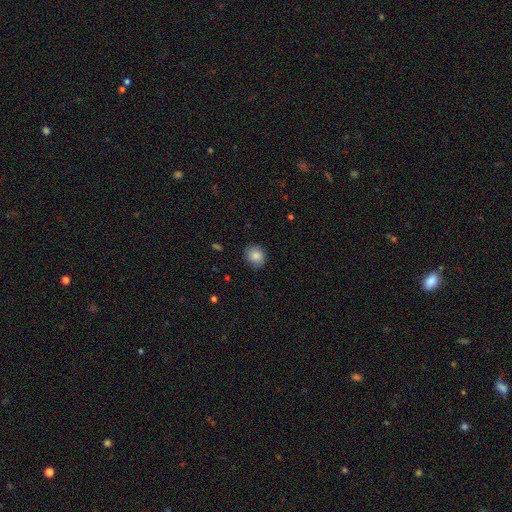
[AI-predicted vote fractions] The model was most divided on "how rounded": round: 77%, in between: 22%, cigar-shaped: 1%. More confident: smooth or featured — smooth (86%); merging — none (82%).